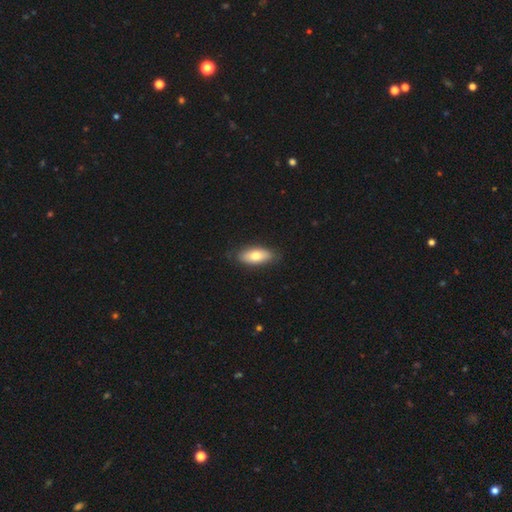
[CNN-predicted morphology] This is likely a smooth galaxy (73%). How rounded: clearly in between (84%). Merging: clearly none (84%).